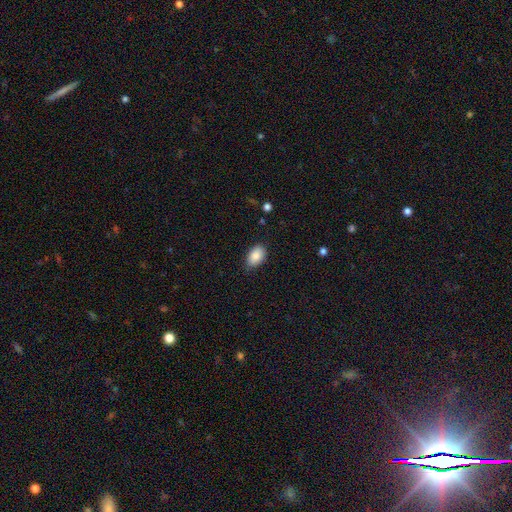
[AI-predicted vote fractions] This is clearly a smooth galaxy (88%). How rounded: clearly in between (91%). Merging: likely none (78%).